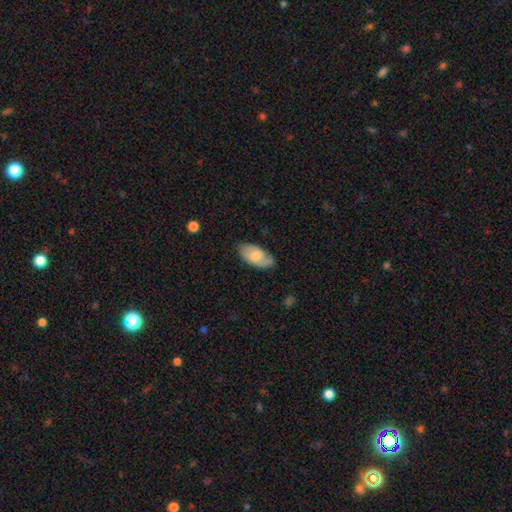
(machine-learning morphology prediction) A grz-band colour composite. It shows a smooth galaxy with no disk features (67%) that is in between round and cigar-shaped (94%). Merging: none (74%).